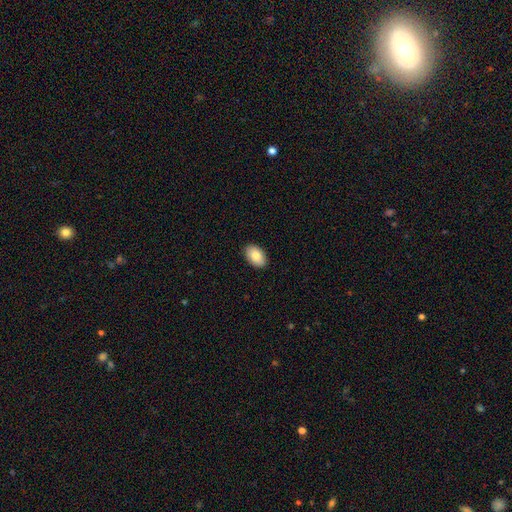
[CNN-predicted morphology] Smooth or featured?
  - smooth: 85% *
  - featured or disk: 8%
  - star or artifact: 7%
How rounded?
  - in between: 91% *
  - round: 8%
  - cigar-shaped: 1%
Merging?
  - none: 90% *
  - minor disturbance: 8%
  - major disturbance: 2%
  - merger: 1%